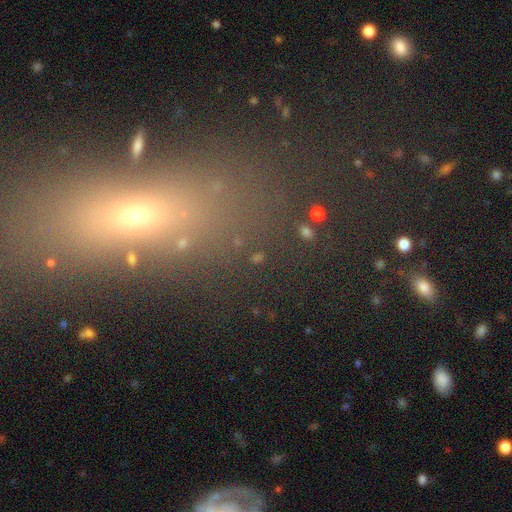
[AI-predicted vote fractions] Smooth or featured: star or artifact — 49% (smooth — 36%)